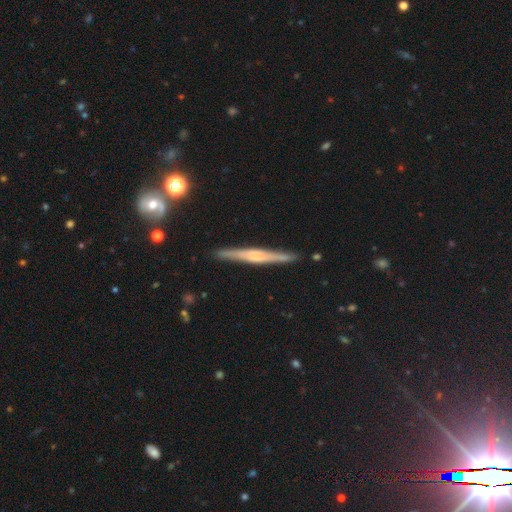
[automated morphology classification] featured or disk 67%, smooth 26%, star or artifact 6%. Down the decision tree: edge-on disk — yes (97%); edge-on bulge — rounded (41%); merging — none (89%).